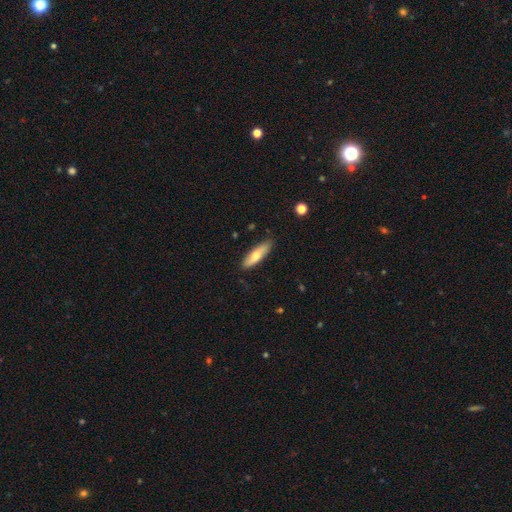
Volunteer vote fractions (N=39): smooth 67%, featured or disk 26%, star or artifact 8%. Down the decision tree: how rounded — cigar-shaped (58%); merging — none (86%).